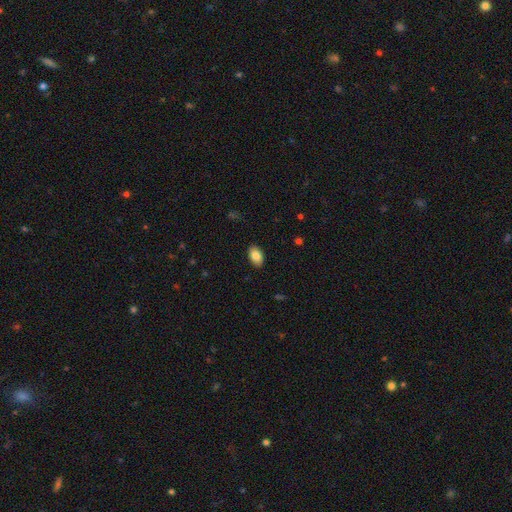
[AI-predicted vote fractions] Smooth or featured?
  - smooth: 87% *
  - star or artifact: 7%
  - featured or disk: 6%
How rounded?
  - in between: 92% *
  - round: 7%
  - cigar-shaped: 1%
Merging?
  - none: 88% *
  - minor disturbance: 9%
  - major disturbance: 2%
  - merger: 1%